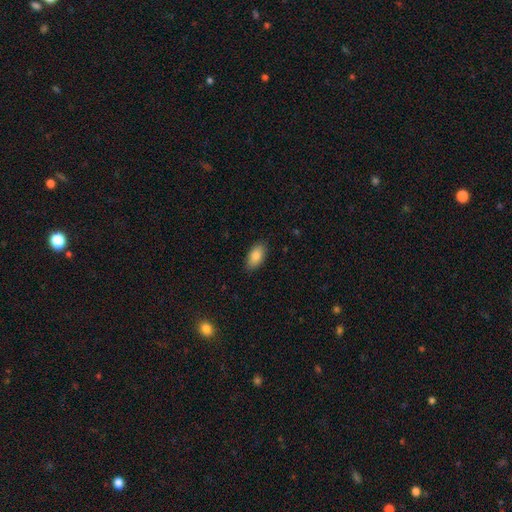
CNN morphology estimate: type=smooth (85%); roundness=in between (93%); merging=none (86%).